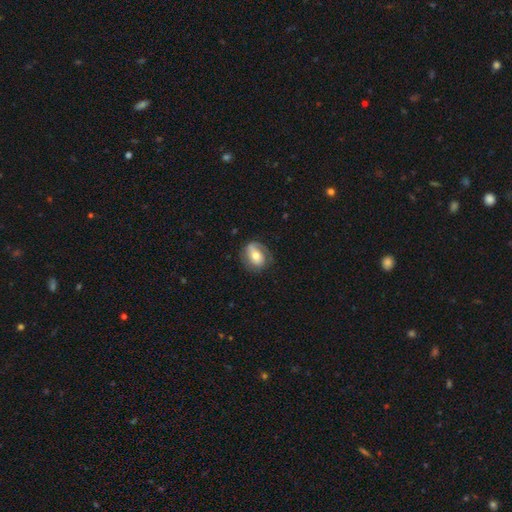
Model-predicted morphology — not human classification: Smooth or featured? featured or disk (53%)
Edge-on disk? no (94%)
Merging? none (68%)